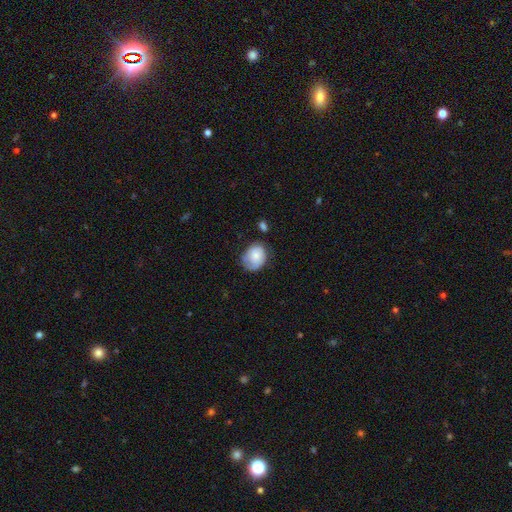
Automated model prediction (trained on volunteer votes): The model was most divided on "how rounded": in between: 53%, round: 46%, cigar-shaped: 1%. More confident: smooth or featured — smooth (65%); merging — none (52%).